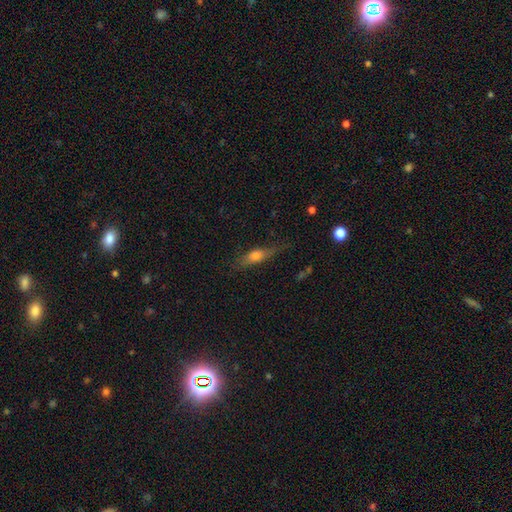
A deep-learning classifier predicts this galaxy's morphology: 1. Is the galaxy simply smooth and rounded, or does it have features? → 50% smooth, 41% featured or disk, 10% star or artifact.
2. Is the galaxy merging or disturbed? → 68% none, 22% minor disturbance, 8% major disturbance, 2% merger.